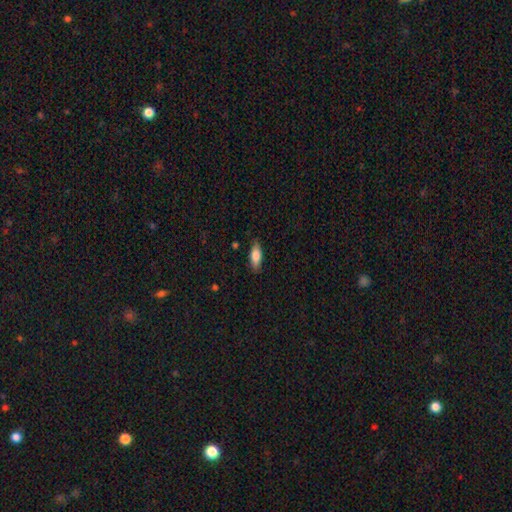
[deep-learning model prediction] Morphology: type=smooth (79%); roundness=in between (76%); merging=none (84%).